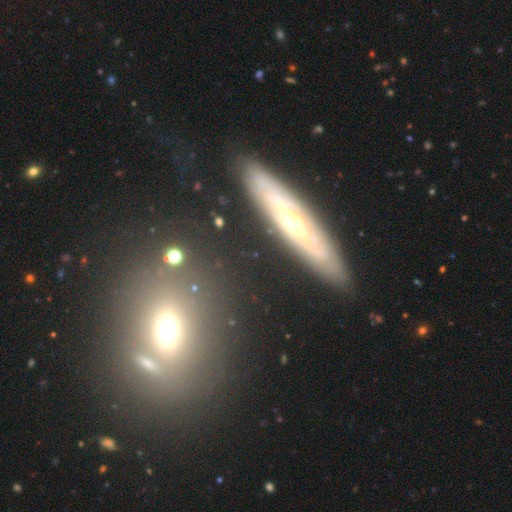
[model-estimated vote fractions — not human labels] A featured or disk galaxy (60%) viewed edge-on (66%).

Vote fractions:
- Smooth or featured? featured or disk: 60% / smooth: 26% / star or artifact: 13%
- Edge-on disk? yes: 66% / no: 34%
- Merging? none: 81% / minor disturbance: 11% / merger: 4% / major disturbance: 3%